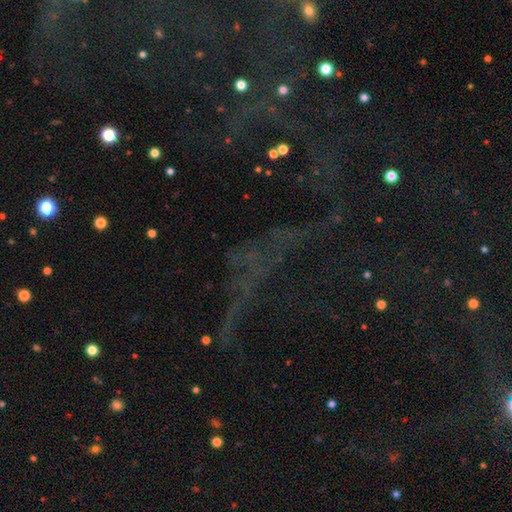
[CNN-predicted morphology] This appears to be a star or artifact, not a galaxy (78%).